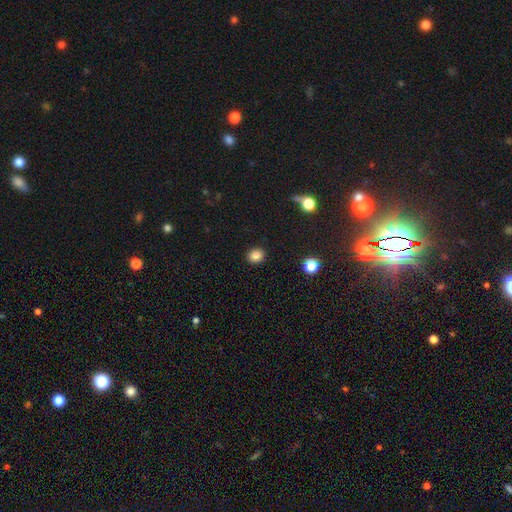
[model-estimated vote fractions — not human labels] smooth_or_featured: smooth (p=0.86) [alt: star or artifact p=0.11]
how_rounded: round (p=0.69) [alt: in between p=0.31]
merging: none (p=0.90) [alt: minor disturbance p=0.07]